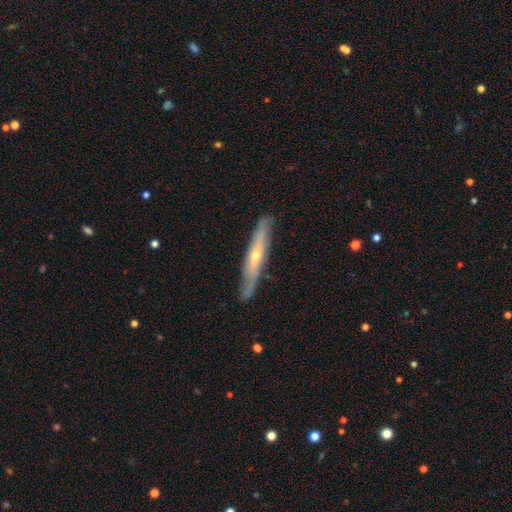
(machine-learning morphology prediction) Smooth or featured? Predicted: featured or disk (p=0.69). Edge-on disk? Predicted: yes (p=0.78). Edge-on bulge? Predicted: rounded (p=0.73). Merging? Predicted: none (p=0.80).